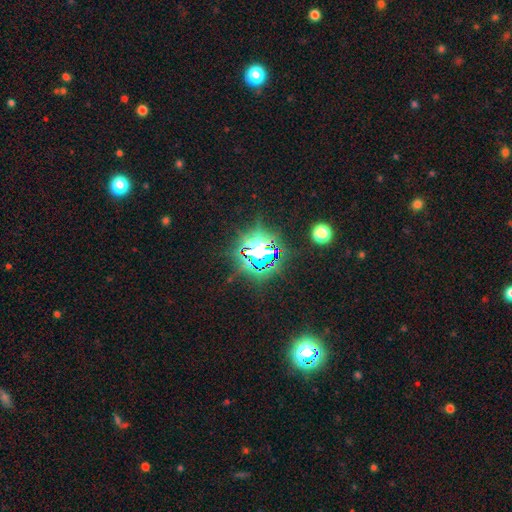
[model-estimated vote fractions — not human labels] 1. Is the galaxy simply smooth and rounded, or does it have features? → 75% star or artifact, 15% smooth, 10% featured or disk.